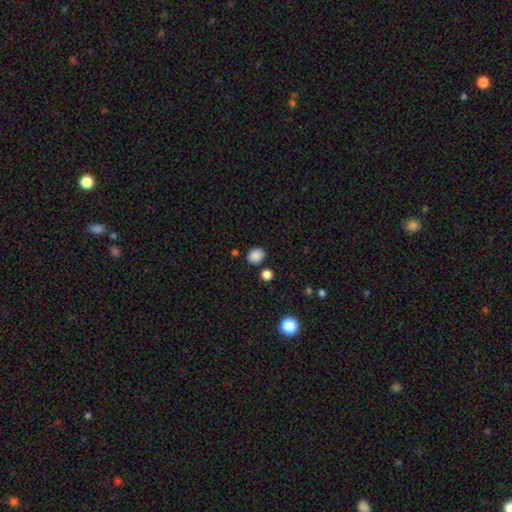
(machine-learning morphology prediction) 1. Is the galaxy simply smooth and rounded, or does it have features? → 86% smooth, 11% star or artifact, 3% featured or disk.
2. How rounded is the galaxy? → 51% in between, 48% round, 1% cigar-shaped.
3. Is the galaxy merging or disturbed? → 80% none, 11% minor disturbance, 6% merger, 3% major disturbance.